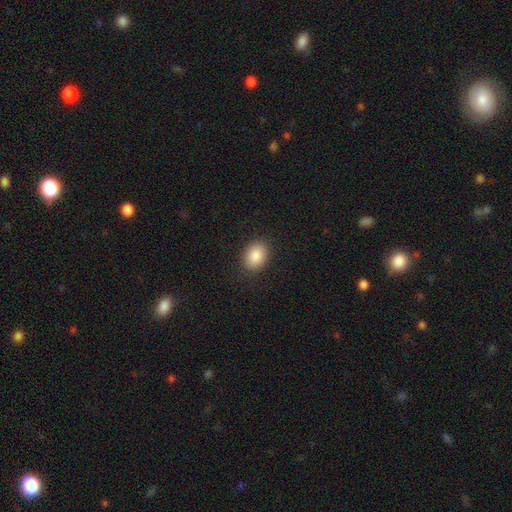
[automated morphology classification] The model was most divided on "how rounded": in between: 66%, round: 33%, cigar-shaped: 1%. More confident: merging — none (88%); smooth or featured — smooth (87%).